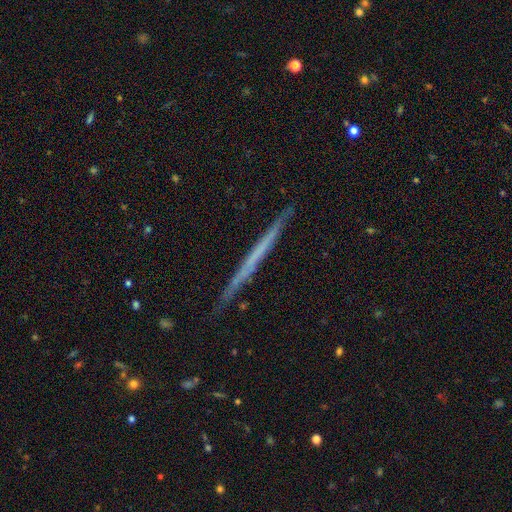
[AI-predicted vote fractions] Q: Smooth or featured?
A: featured or disk (58%); runner-up: smooth (36%)
Q: Edge-on disk?
A: yes (98%); runner-up: no (2%)
Q: Edge-on bulge?
A: none (94%); runner-up: rounded (4%)
Q: Merging?
A: none (91%); runner-up: minor disturbance (7%)